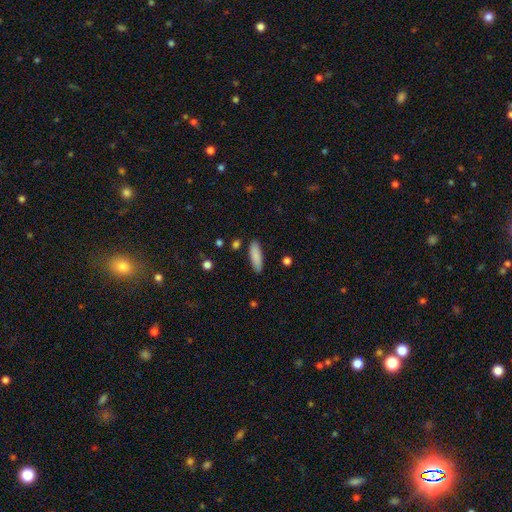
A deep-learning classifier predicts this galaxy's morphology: Smooth or featured?
  - smooth: 88% *
  - featured or disk: 6%
  - star or artifact: 6%
How rounded?
  - cigar-shaped: 50% *
  - in between: 48%
  - round: 2%
Merging?
  - none: 87% *
  - minor disturbance: 9%
  - major disturbance: 2%
  - merger: 2%